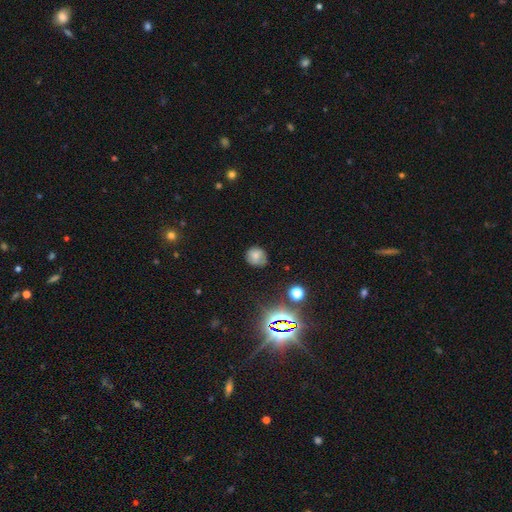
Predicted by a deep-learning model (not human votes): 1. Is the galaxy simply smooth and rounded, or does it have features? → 71% smooth, 16% star or artifact, 13% featured or disk.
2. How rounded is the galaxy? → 79% round, 20% in between, 1% cigar-shaped.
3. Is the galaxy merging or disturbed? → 71% none, 21% minor disturbance, 5% major disturbance, 2% merger.